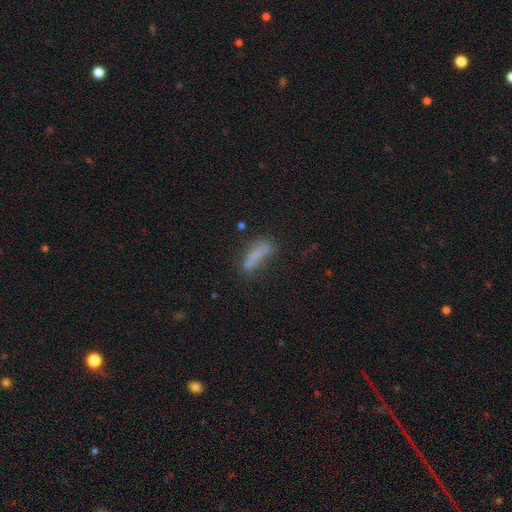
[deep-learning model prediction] smooth-or-featured: smooth: 68% | featured or disk: 20% | star or artifact: 12%
  how-rounded: cigar-shaped: 65% | in between: 32% | round: 3%
  merging: none: 49% | minor disturbance: 24% | major disturbance: 16% | merger: 11%